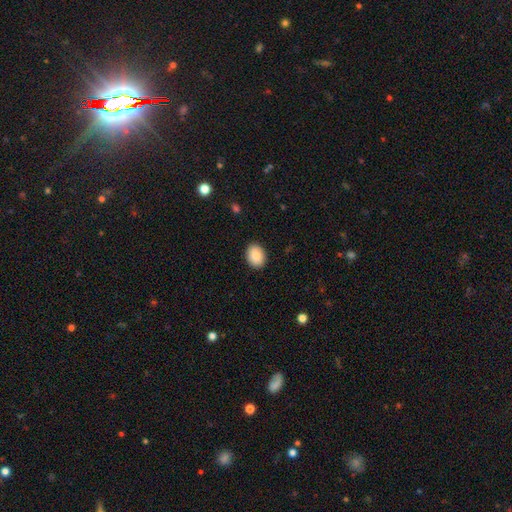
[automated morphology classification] Smooth or featured?
  - smooth: 86% *
  - featured or disk: 7%
  - star or artifact: 7%
How rounded?
  - in between: 62% *
  - round: 37%
  - cigar-shaped: 1%
Merging?
  - none: 90% *
  - minor disturbance: 7%
  - major disturbance: 2%
  - merger: 1%